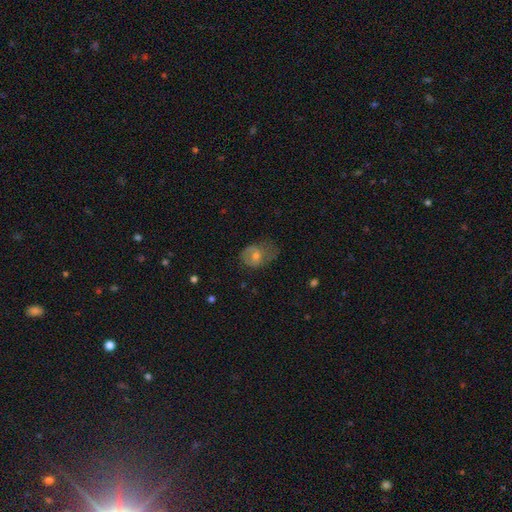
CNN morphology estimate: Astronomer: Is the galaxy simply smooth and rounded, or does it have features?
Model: smooth — 52% (runner-up: featured or disk, 35%).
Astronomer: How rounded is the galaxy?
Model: in between — 61% (runner-up: round, 38%).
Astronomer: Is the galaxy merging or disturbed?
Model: none — 43% (runner-up: minor disturbance, 31%).